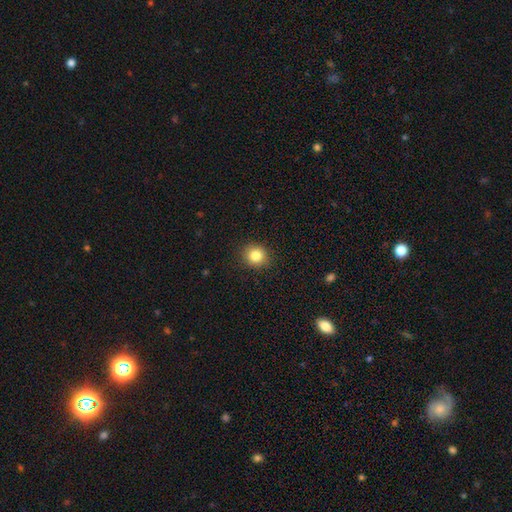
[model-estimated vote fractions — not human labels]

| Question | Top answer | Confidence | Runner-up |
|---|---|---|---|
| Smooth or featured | smooth | 83% | star or artifact (11%) |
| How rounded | round | 82% | in between (17%) |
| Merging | none | 90% | minor disturbance (7%) |